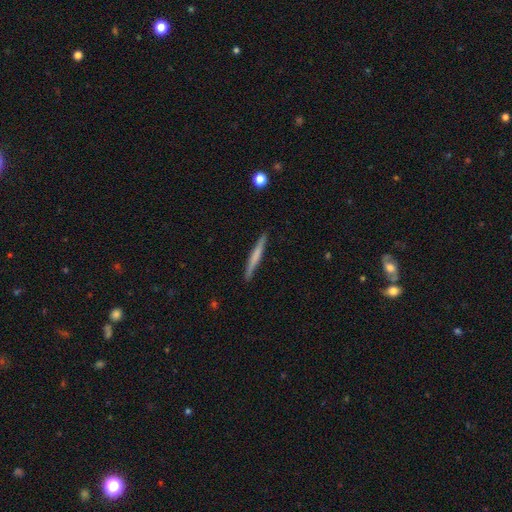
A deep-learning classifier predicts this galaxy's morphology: Smooth or featured?
  - smooth: 55% *
  - featured or disk: 40%
  - star or artifact: 5%
How rounded?
  - cigar-shaped: 96% *
  - in between: 2%
  - round: 1%
Merging?
  - none: 90% *
  - minor disturbance: 7%
  - major disturbance: 1%
  - merger: 1%